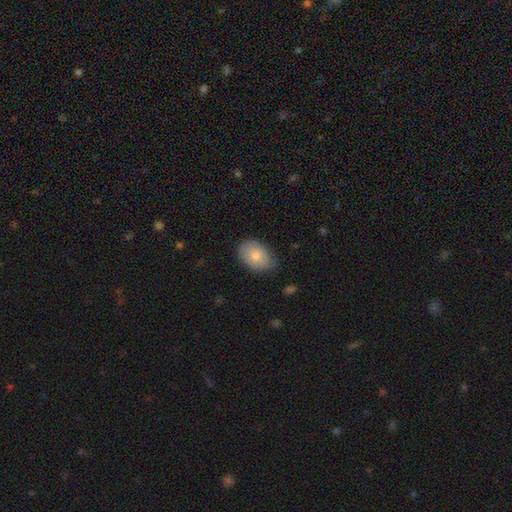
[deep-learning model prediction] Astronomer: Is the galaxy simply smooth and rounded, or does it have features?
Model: smooth — 79%.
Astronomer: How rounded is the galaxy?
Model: in between — 83%.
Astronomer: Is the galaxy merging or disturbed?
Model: none — 73%.